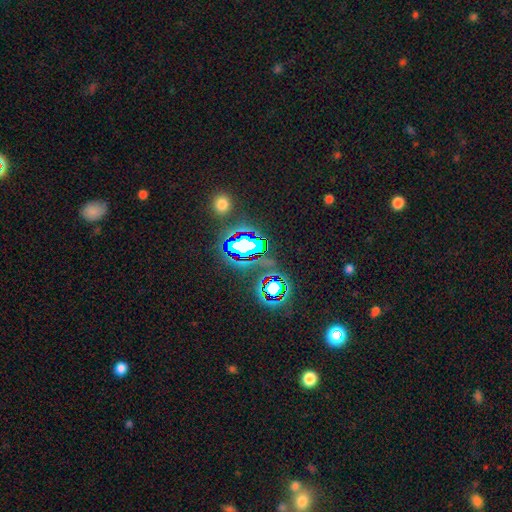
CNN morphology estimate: Q: Smooth or featured?
A: star or artifact (80%); runner-up: smooth (13%)